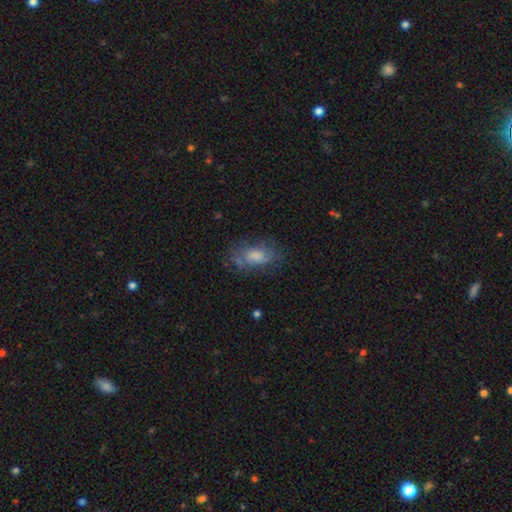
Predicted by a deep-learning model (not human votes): Q: Smooth or featured?
A: smooth (57%); runner-up: featured or disk (32%)
Q: How rounded?
A: in between (87%); runner-up: round (8%)
Q: Merging?
A: none (61%); runner-up: minor disturbance (23%)